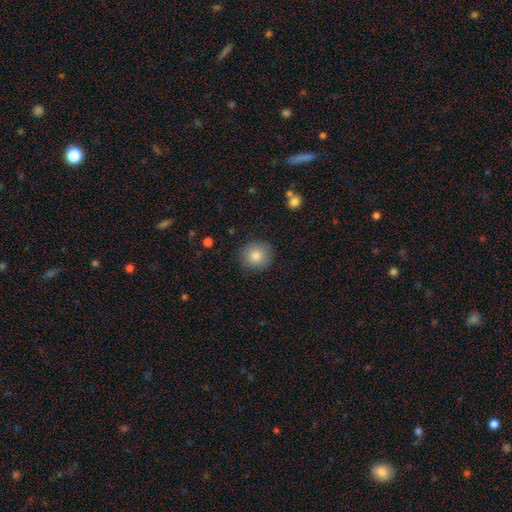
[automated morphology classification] Smooth or featured: smooth — 83% (star or artifact — 9%)
How rounded: round — 91% (in between — 8%)
Merging: none — 88% (minor disturbance — 8%)